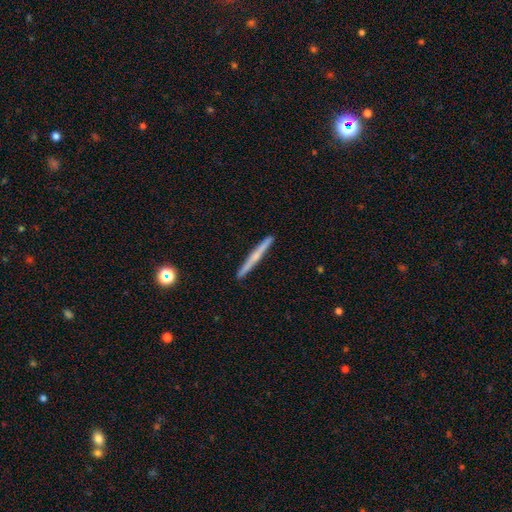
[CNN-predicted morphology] Q: Smooth or featured?
A: featured or disk (52%); runner-up: smooth (41%)
Q: Edge-on disk?
A: yes (97%); runner-up: no (3%)
Q: Edge-on bulge?
A: none (54%); runner-up: rounded (41%)
Q: Merging?
A: none (92%); runner-up: minor disturbance (6%)